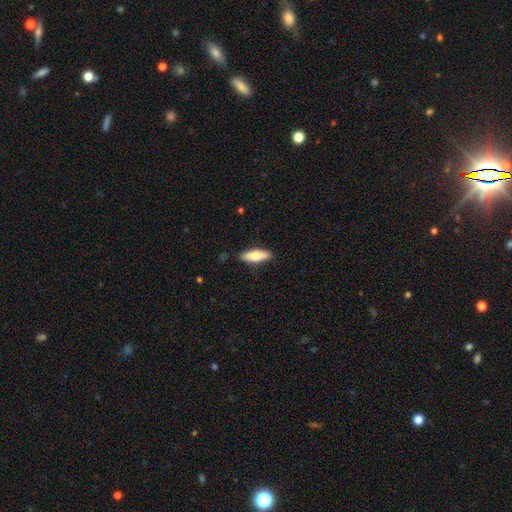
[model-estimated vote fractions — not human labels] Smooth or featured: smooth — 70% (featured or disk — 24%)
How rounded: in between — 63% (cigar-shaped — 35%)
Merging: none — 88% (minor disturbance — 9%)